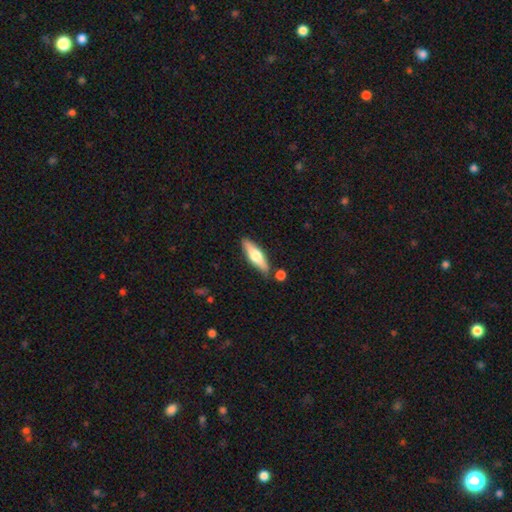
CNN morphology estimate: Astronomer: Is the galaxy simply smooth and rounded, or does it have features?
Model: featured or disk — 51% (runner-up: smooth, 44%).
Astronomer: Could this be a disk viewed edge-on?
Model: yes — 92%.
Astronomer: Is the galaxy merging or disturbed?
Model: none — 82%.